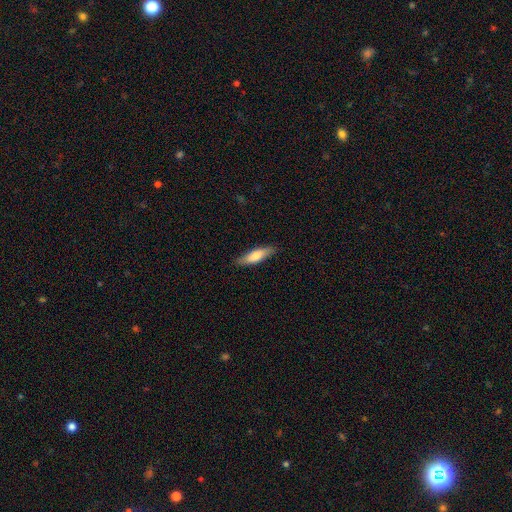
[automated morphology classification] The model was most divided on "how rounded": cigar-shaped: 61%, in between: 38%, round: 2%. More confident: merging — none (85%); smooth or featured — smooth (73%).